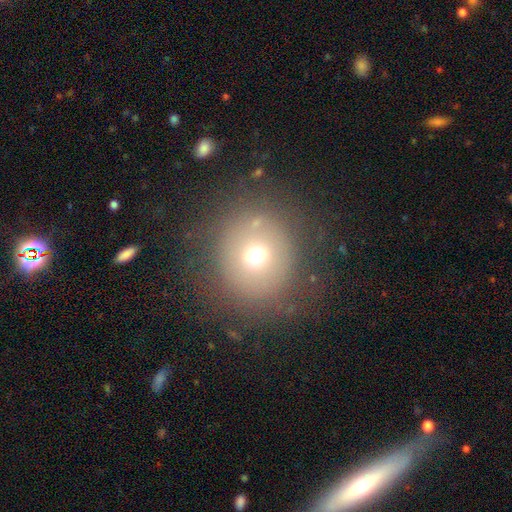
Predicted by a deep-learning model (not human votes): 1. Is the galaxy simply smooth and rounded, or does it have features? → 65% smooth, 18% star or artifact, 17% featured or disk.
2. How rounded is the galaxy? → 86% round, 13% in between, 1% cigar-shaped.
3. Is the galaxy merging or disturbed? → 77% none, 12% minor disturbance, 8% major disturbance, 3% merger.